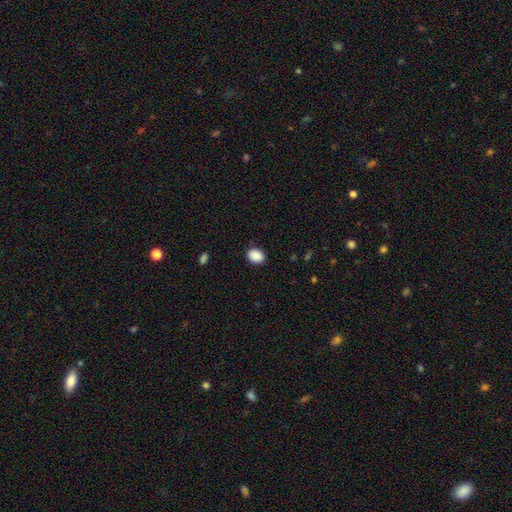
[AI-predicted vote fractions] Smooth or featured? Predicted: smooth (p=0.90). How rounded? Predicted: in between (p=0.59). Merging? Predicted: none (p=0.88).